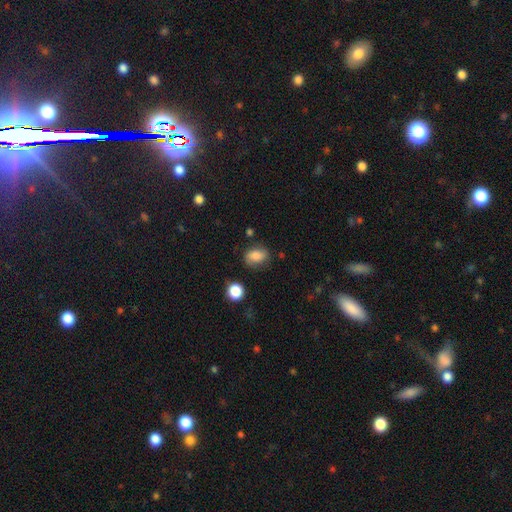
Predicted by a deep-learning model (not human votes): The model was most divided on "how rounded": in between: 72%, round: 26%, cigar-shaped: 2%. More confident: smooth or featured — smooth (76%); merging — none (69%).